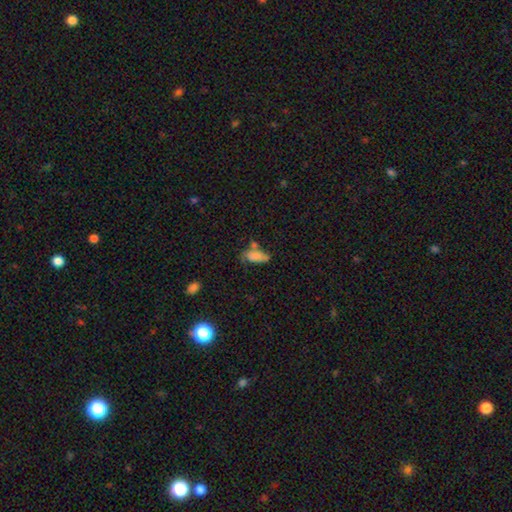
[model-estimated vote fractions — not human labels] Smooth or featured? smooth (71%)
How rounded? in between (81%)
Merging? none (35%)